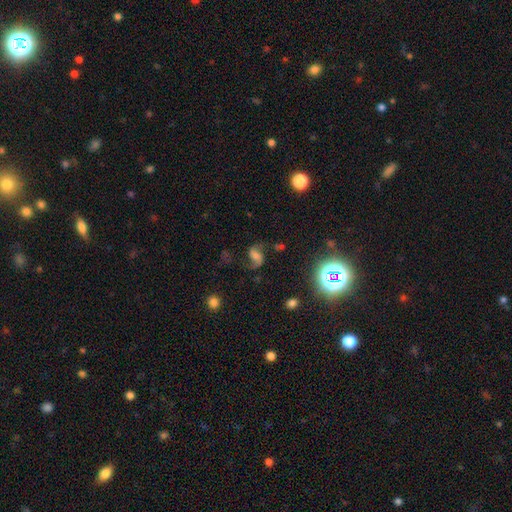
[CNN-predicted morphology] Smooth or featured? featured or disk (73%)
Edge-on disk? no (97%)
Bar? weak (41%)
Spiral arms? yes (95%)
Spiral winding? loose (61%)
Spiral arm count? 2 (91%)
Bulge size? moderate (40%)
Merging? none (67%)